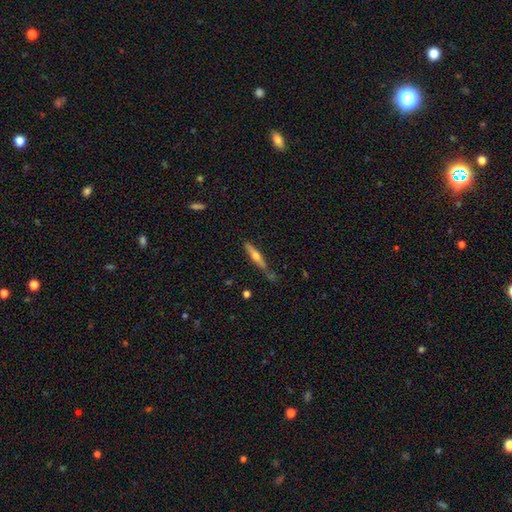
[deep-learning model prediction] This appears to be a featured or disk galaxy (54%) viewed edge-on (94%) with a rounded central bulge (89%). Merging: none (71%).